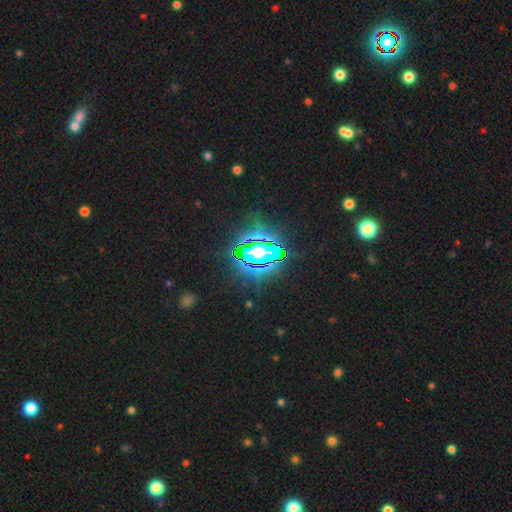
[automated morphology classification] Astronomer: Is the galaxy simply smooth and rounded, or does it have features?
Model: star or artifact — 82%.